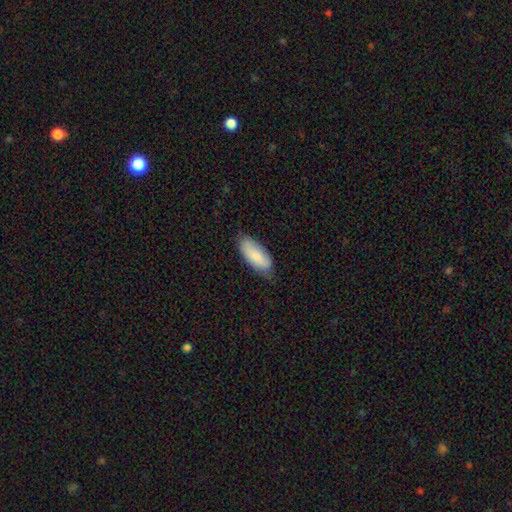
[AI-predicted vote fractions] Q: Smooth or featured?
A: smooth (84%); runner-up: featured or disk (11%)
Q: How rounded?
A: in between (84%); runner-up: cigar-shaped (15%)
Q: Merging?
A: none (65%); runner-up: minor disturbance (29%)